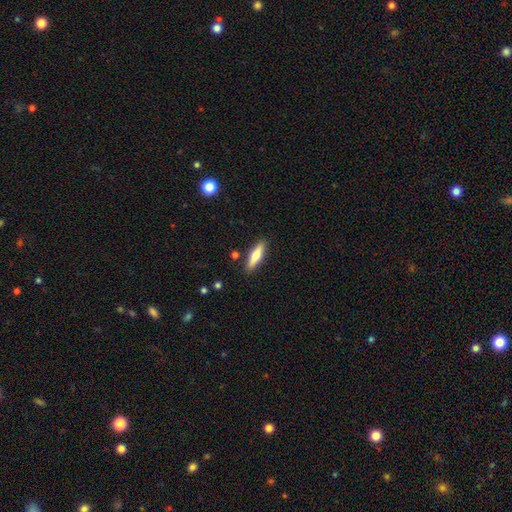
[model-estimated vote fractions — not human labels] This is likely a smooth galaxy (61%). How rounded: likely cigar-shaped (69%). Merging: clearly none (88%).